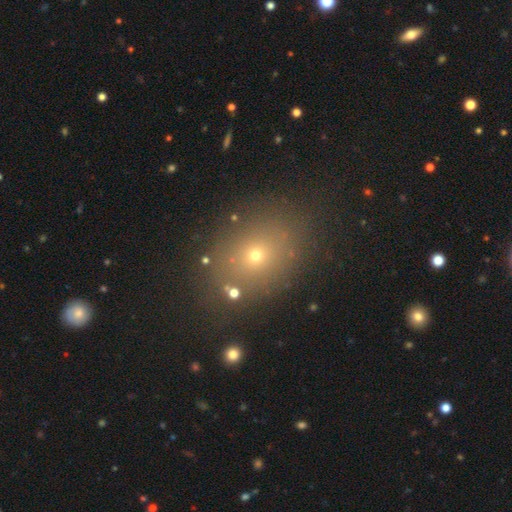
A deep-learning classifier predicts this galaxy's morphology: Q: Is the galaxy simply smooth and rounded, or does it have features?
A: smooth — 63%.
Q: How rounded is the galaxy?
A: in between — 51%.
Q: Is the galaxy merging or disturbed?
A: none — 80%.